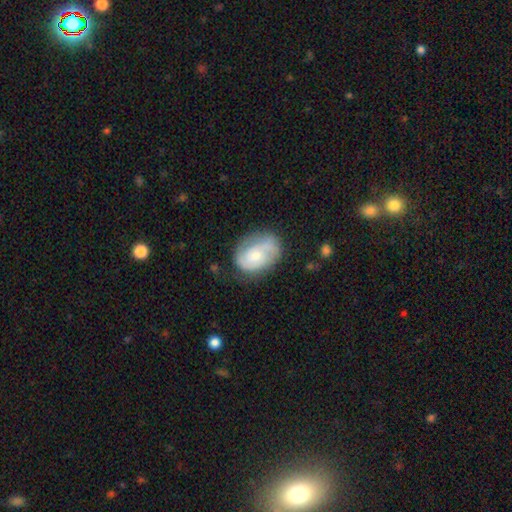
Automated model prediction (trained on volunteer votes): This appears to be a featured or disk galaxy (57%) with no bar (72%), spiral arms (79%) and a small central bulge (52%). Merging: none (59%).